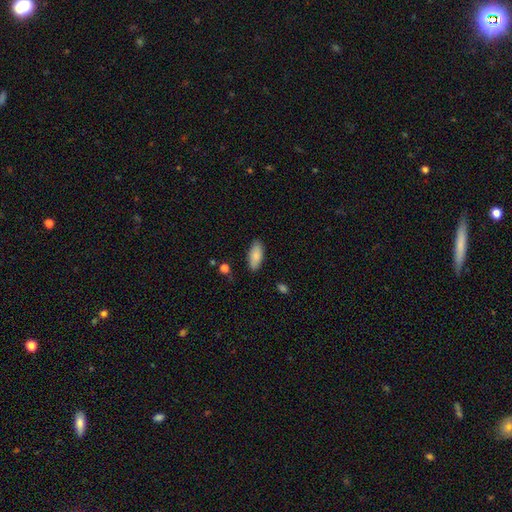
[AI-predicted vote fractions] This is clearly a smooth galaxy (84%). How rounded: clearly in between (87%). Merging: clearly none (85%).